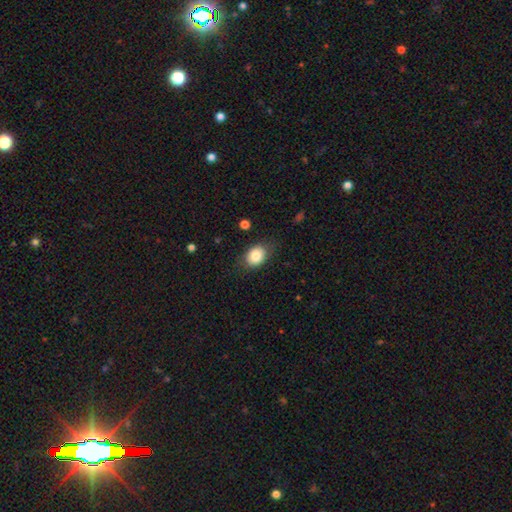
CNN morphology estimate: Smooth or featured? smooth (83%)
How rounded? in between (63%)
Merging? none (76%)